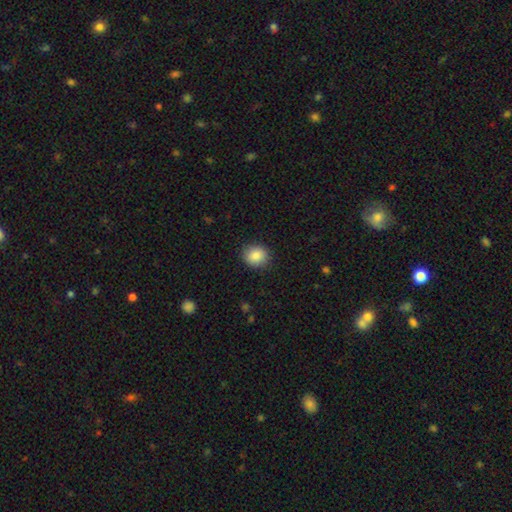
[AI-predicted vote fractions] Smooth or featured? smooth (87%)
How rounded? round (76%)
Merging? none (89%)